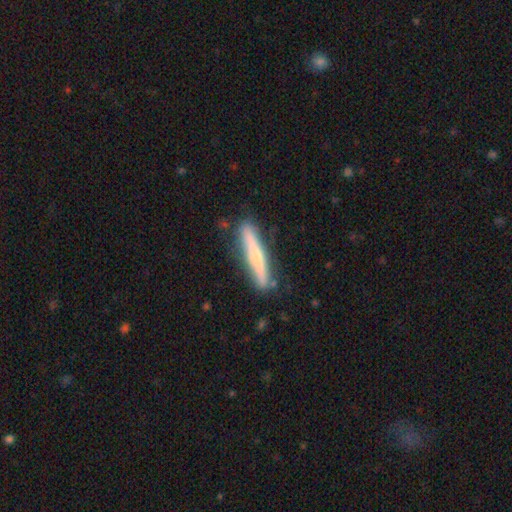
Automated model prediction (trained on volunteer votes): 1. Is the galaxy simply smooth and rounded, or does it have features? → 52% smooth, 43% featured or disk, 6% star or artifact.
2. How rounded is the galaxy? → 94% cigar-shaped, 5% in between, 1% round.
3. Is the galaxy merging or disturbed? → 84% none, 12% minor disturbance, 2% merger, 2% major disturbance.